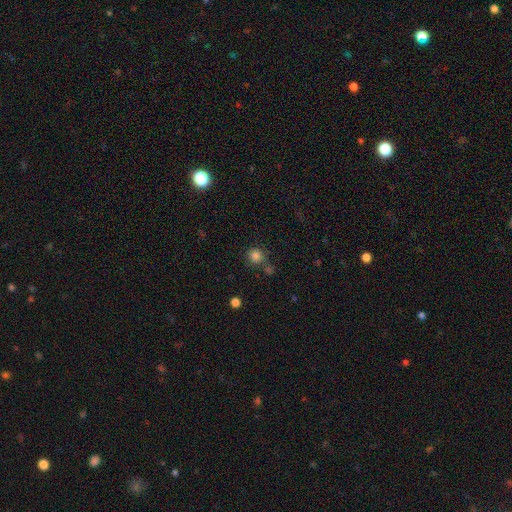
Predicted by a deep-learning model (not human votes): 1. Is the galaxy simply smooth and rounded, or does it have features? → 82% smooth, 13% star or artifact, 5% featured or disk.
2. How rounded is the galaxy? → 90% round, 9% in between, 1% cigar-shaped.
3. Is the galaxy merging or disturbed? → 70% none, 13% merger, 12% minor disturbance, 5% major disturbance.